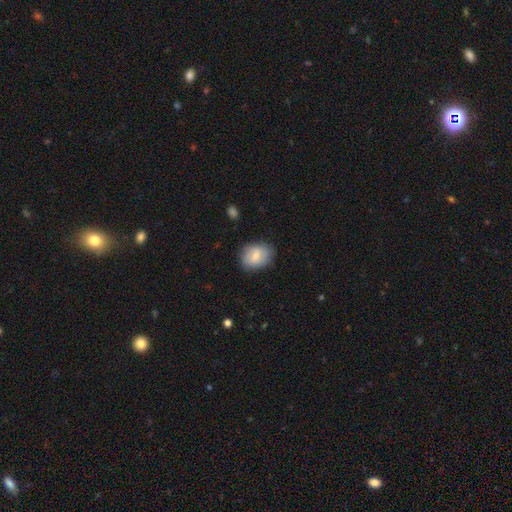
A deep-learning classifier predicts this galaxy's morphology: type=smooth (77%); roundness=in between (65%); merging=none (78%).